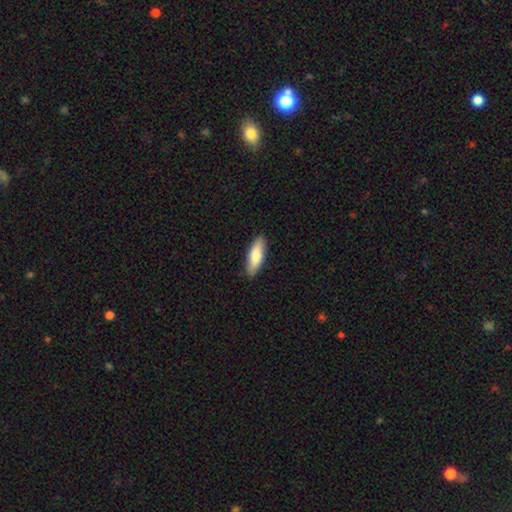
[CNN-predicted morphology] Smooth or featured: smooth — 79% (featured or disk — 15%)
How rounded: in between — 59% (cigar-shaped — 39%)
Merging: none — 88% (minor disturbance — 10%)